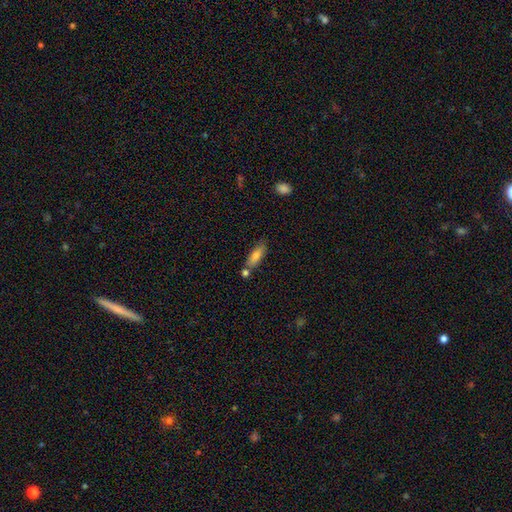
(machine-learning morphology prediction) A smooth galaxy with no disk features (74%) that is in between round and cigar-shaped (57%).

Vote fractions:
- Smooth or featured? smooth: 74% / featured or disk: 19% / star or artifact: 7%
- How rounded? in between: 57% / cigar-shaped: 40% / round: 3%
- Merging? none: 65% / merger: 16% / minor disturbance: 15% / major disturbance: 4%